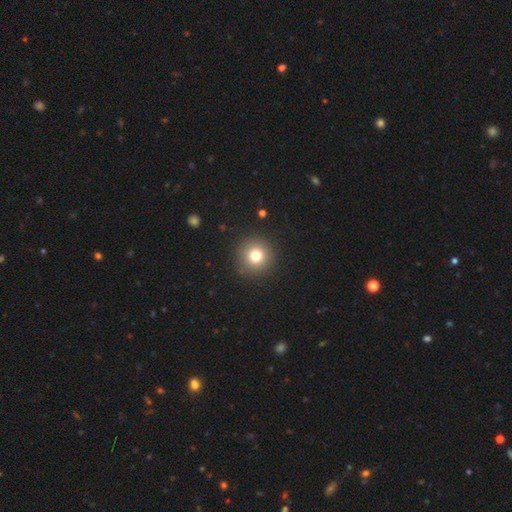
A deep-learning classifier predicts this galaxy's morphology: Smooth or featured? Predicted: smooth (p=0.76). How rounded? Predicted: round (p=0.95). Merging? Predicted: none (p=0.91).